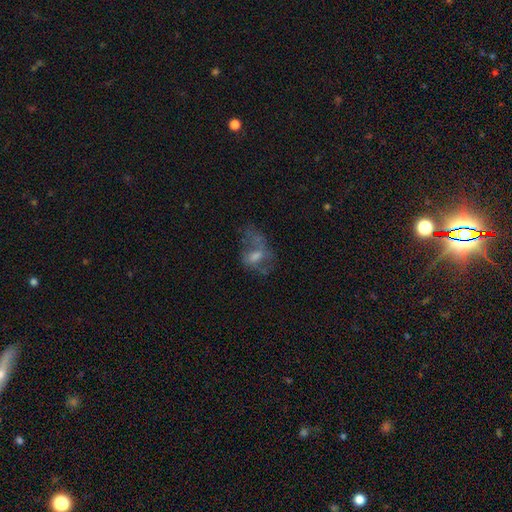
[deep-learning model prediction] Smooth or featured? featured or disk (48%)
Merging? none (38%)